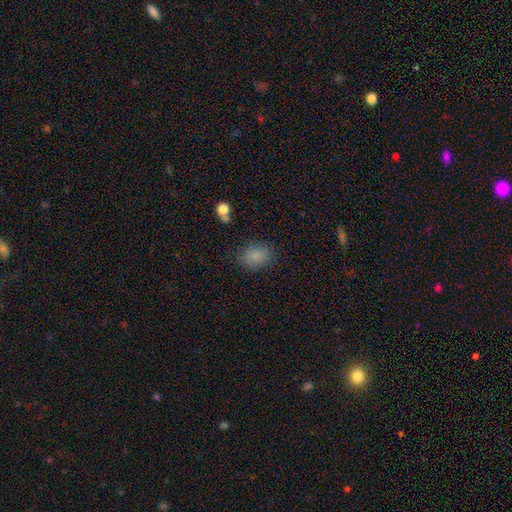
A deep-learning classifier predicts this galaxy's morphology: A smooth galaxy with no disk features (84%) that is in between round and cigar-shaped (66%).

Vote fractions:
- Smooth or featured? smooth: 84% / star or artifact: 11% / featured or disk: 6%
- How rounded? in between: 66% / round: 32% / cigar-shaped: 1%
- Merging? none: 81% / minor disturbance: 13% / major disturbance: 4% / merger: 2%